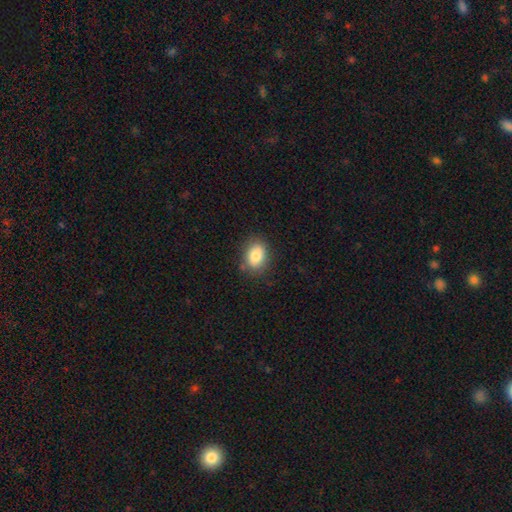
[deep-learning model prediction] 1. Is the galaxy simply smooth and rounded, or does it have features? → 82% smooth, 9% featured or disk, 9% star or artifact.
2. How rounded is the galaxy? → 71% in between, 28% round, 1% cigar-shaped.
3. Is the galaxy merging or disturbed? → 82% none, 14% minor disturbance, 3% major disturbance, 2% merger.